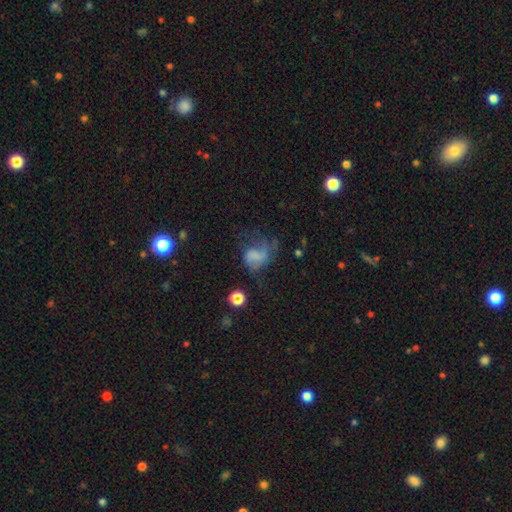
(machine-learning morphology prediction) Smooth or featured: smooth — 47% (featured or disk — 38%)
Merging: major disturbance — 46% (none — 28%)